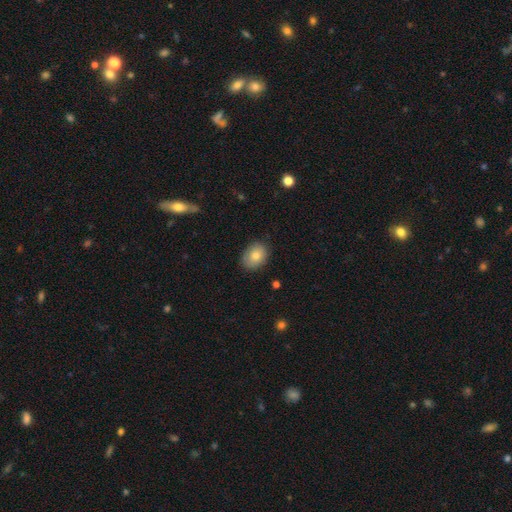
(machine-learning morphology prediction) The model was most divided on "how rounded": in between: 73%, round: 26%, cigar-shaped: 1%. More confident: merging — none (83%); smooth or featured — smooth (81%).